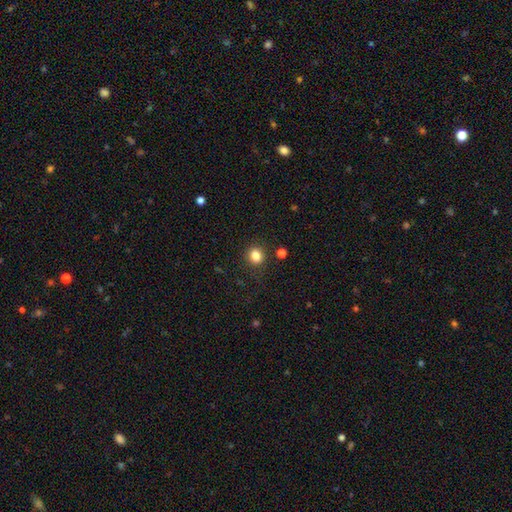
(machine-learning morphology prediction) Smooth or featured? smooth (84%)
How rounded? round (75%)
Merging? none (87%)